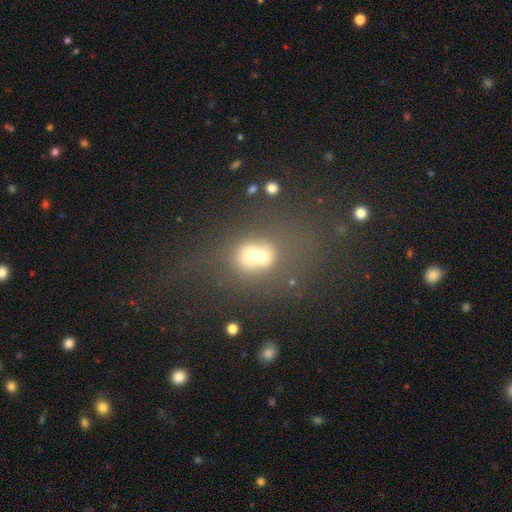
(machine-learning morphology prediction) A smooth galaxy with no disk features (48%). Merging: merger (51%).